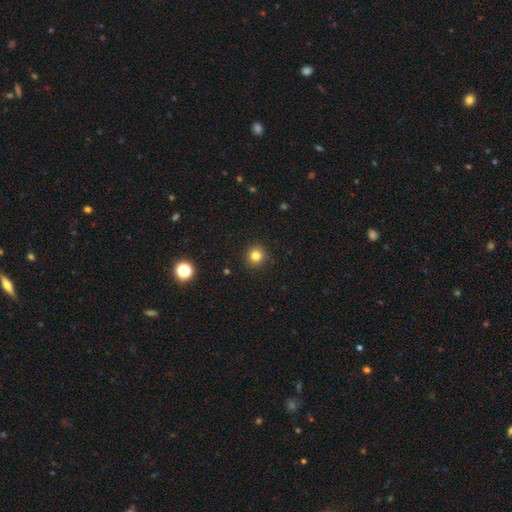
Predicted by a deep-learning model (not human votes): Overall: smooth (81%). How rounded: round (93%). Merging: none (91%).